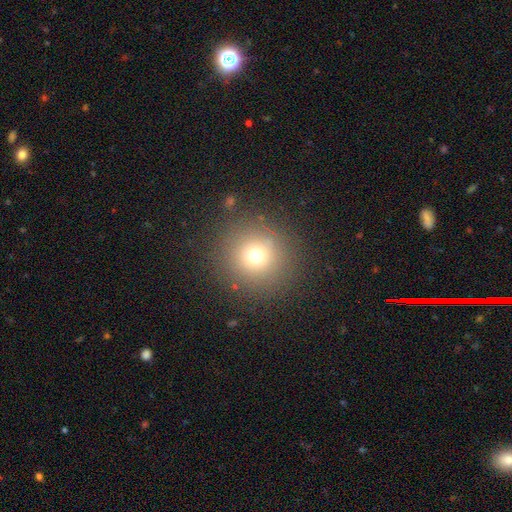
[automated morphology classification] Smooth or featured? Predicted: smooth (p=0.71). How rounded? Predicted: round (p=0.94). Merging? Predicted: none (p=0.88).